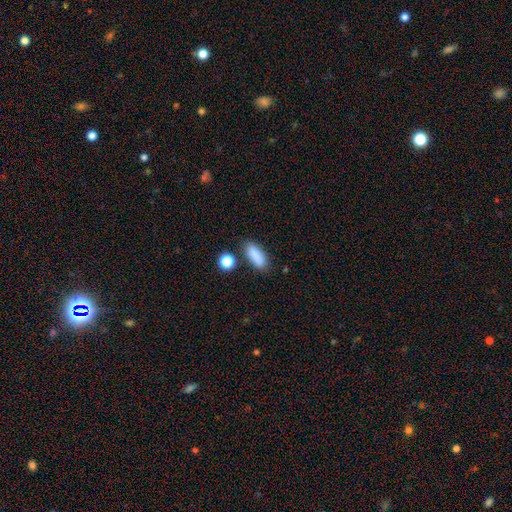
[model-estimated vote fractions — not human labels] Smooth or featured: smooth — 86% (star or artifact — 8%)
How rounded: in between — 72% (cigar-shaped — 24%)
Merging: none — 77% (minor disturbance — 13%)